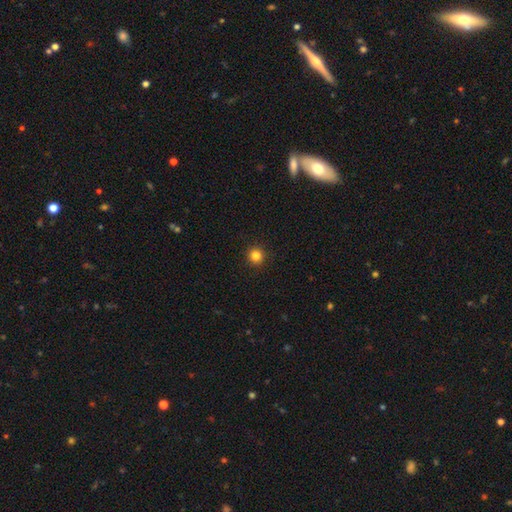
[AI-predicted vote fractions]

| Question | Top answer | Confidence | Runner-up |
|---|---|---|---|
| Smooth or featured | smooth | 83% | star or artifact (13%) |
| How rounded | round | 95% | in between (4%) |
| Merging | none | 93% | minor disturbance (5%) |